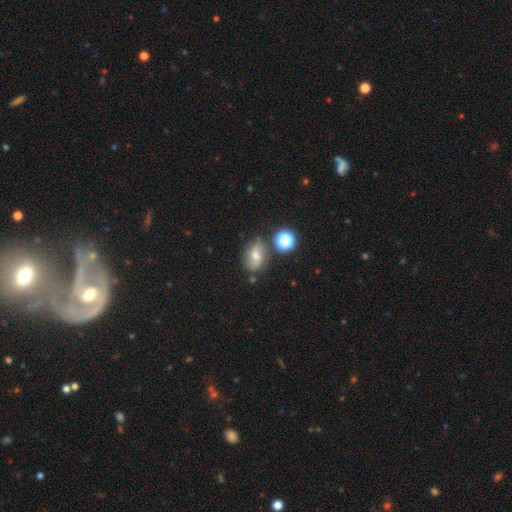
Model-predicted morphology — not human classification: A smooth galaxy with no disk features (51%) that is in between round and cigar-shaped (63%). Merging: none (66%).